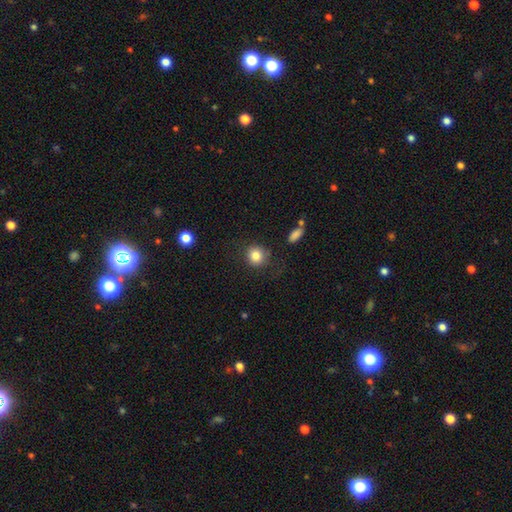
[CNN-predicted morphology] Smooth or featured: smooth — 83% (star or artifact — 10%)
How rounded: round — 87% (in between — 12%)
Merging: none — 79% (minor disturbance — 12%)